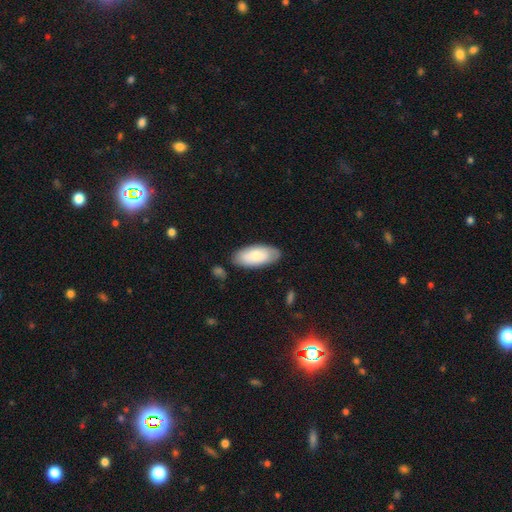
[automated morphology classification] Smooth or featured: smooth — 73% (featured or disk — 22%)
How rounded: in between — 90% (cigar-shaped — 8%)
Merging: none — 80% (minor disturbance — 14%)